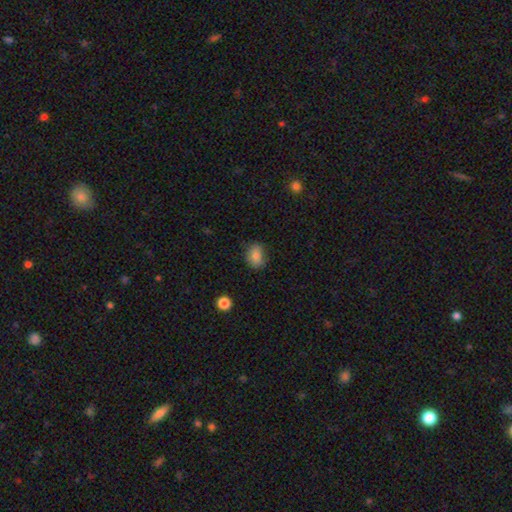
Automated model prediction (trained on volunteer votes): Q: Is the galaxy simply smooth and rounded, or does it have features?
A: smooth — 83%.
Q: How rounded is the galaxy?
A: in between — 59%.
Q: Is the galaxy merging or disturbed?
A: none — 76%.